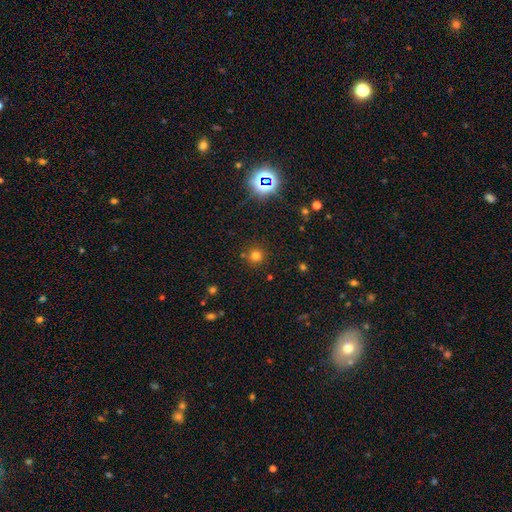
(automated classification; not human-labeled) smooth-or-featured: smooth: 71% | star or artifact: 23% | featured or disk: 7%
  how-rounded: round: 94% | in between: 5% | cigar-shaped: 1%
  merging: none: 84% | minor disturbance: 8% | merger: 5% | major disturbance: 3%